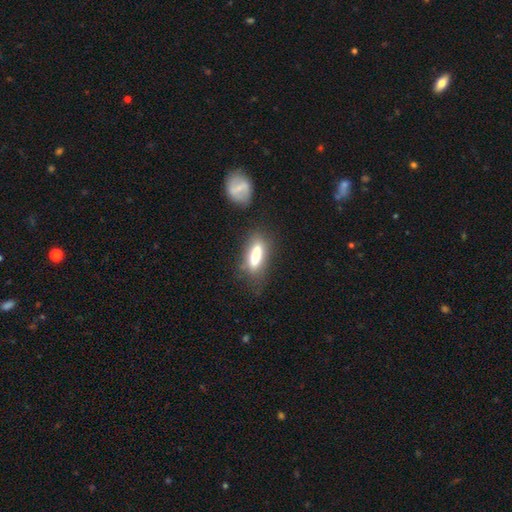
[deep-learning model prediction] smooth_or_featured: smooth (p=0.66) [alt: featured or disk p=0.26]
how_rounded: cigar-shaped (p=0.51) [alt: in between p=0.46]
merging: none (p=0.64) [alt: minor disturbance p=0.19]